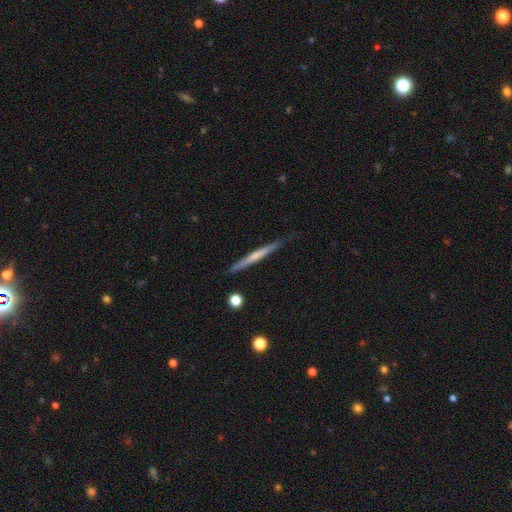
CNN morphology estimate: Q: Smooth or featured?
A: featured or disk (51%); runner-up: smooth (44%)
Q: Edge-on disk?
A: yes (97%); runner-up: no (3%)
Q: Merging?
A: none (83%); runner-up: minor disturbance (14%)